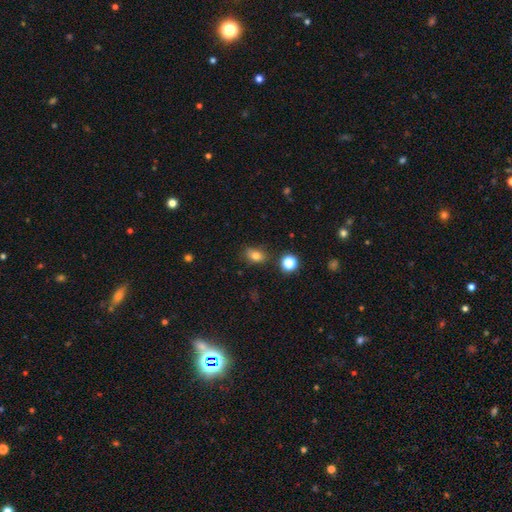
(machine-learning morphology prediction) Q: Smooth or featured?
A: smooth (79%); runner-up: star or artifact (13%)
Q: How rounded?
A: in between (70%); runner-up: round (28%)
Q: Merging?
A: none (77%); runner-up: minor disturbance (16%)